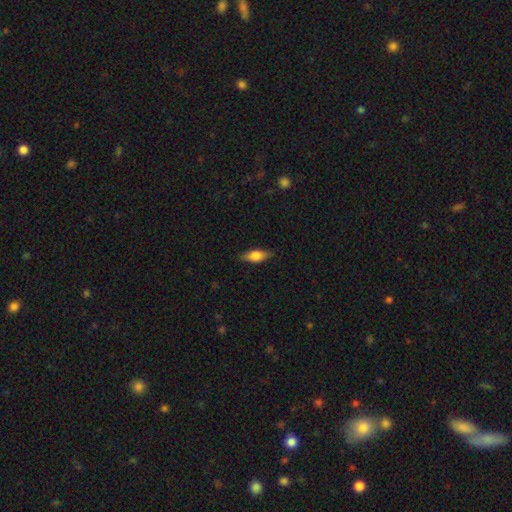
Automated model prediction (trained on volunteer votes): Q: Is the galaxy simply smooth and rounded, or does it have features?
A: smooth — 74%.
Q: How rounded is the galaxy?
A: in between — 73%.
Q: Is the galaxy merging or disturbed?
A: none — 84%.